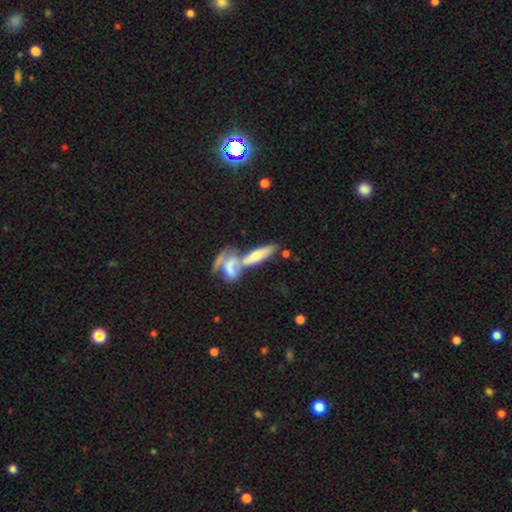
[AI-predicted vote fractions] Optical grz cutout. It shows a smooth galaxy with no disk features (50%). Merging: merger (52%).